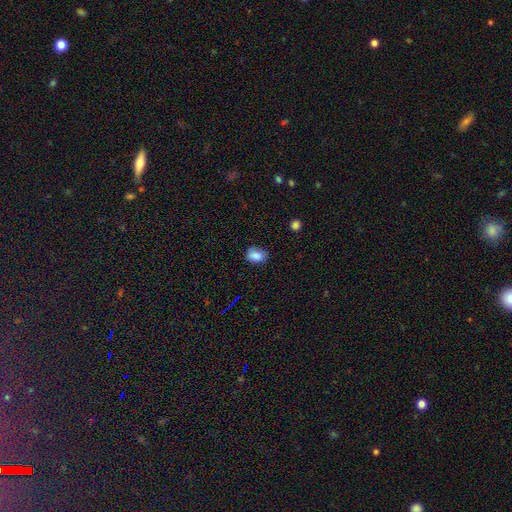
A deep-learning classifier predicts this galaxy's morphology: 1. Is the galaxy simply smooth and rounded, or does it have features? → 86% smooth, 9% star or artifact, 5% featured or disk.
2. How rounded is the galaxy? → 80% in between, 18% round, 2% cigar-shaped.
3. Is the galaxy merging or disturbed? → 78% none, 18% minor disturbance, 3% major disturbance, 1% merger.